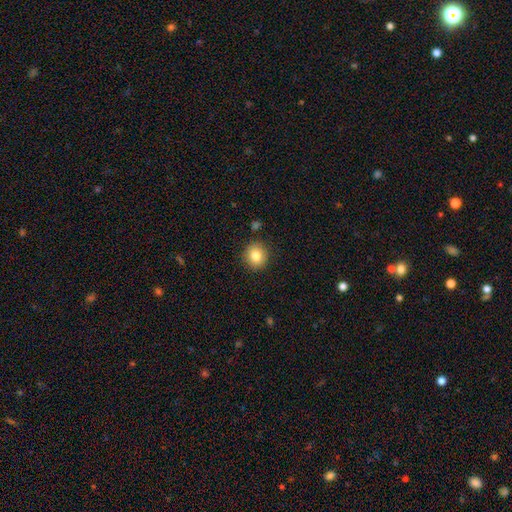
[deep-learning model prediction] Overall: smooth (83%). How rounded: round (90%). Merging: none (89%).